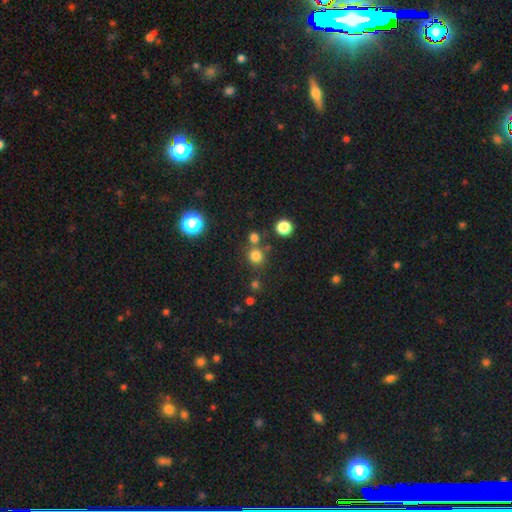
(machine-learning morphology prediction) Smooth or featured? smooth (76%)
How rounded? round (89%)
Merging? none (71%)